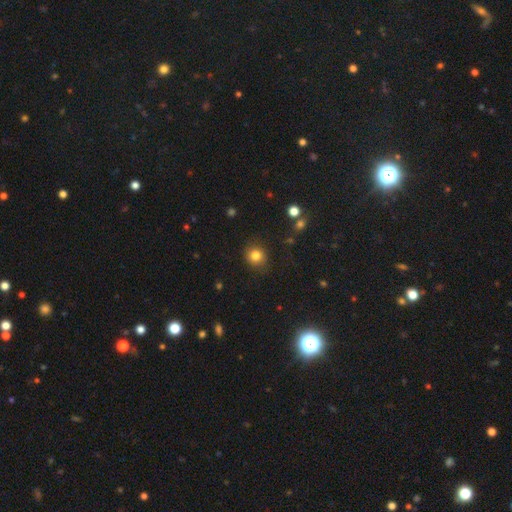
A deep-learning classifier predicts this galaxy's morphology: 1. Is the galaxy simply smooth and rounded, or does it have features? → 82% smooth, 12% star or artifact, 6% featured or disk.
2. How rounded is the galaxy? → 87% round, 13% in between, 1% cigar-shaped.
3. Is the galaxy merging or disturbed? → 87% none, 9% minor disturbance, 3% major disturbance, 1% merger.